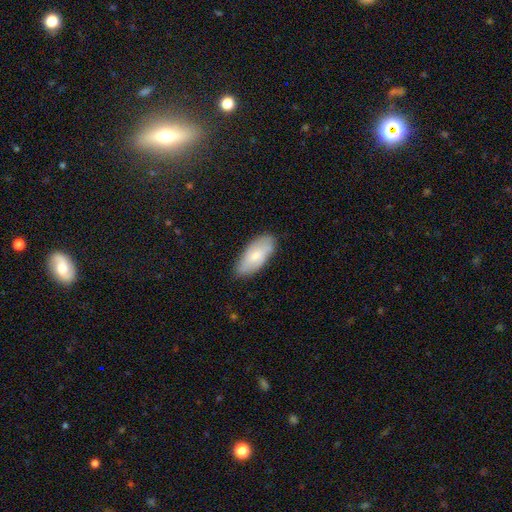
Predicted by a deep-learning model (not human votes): The model was most divided on "smooth or featured": smooth: 67%, featured or disk: 27%, star or artifact: 6%. More confident: how rounded — in between (88%); merging — none (79%).